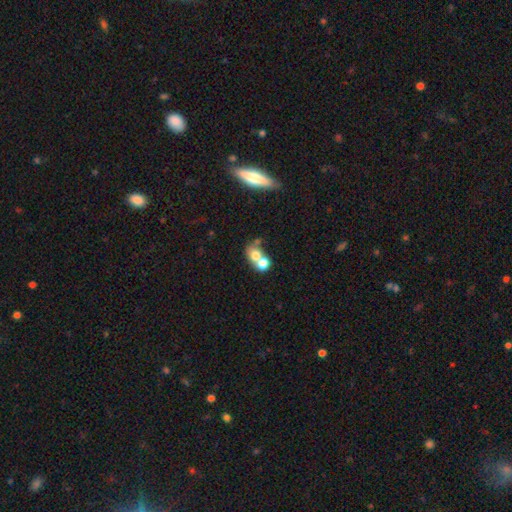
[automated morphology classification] Smooth or featured? smooth (70%)
How rounded? round (58%)
Merging? merger (66%)